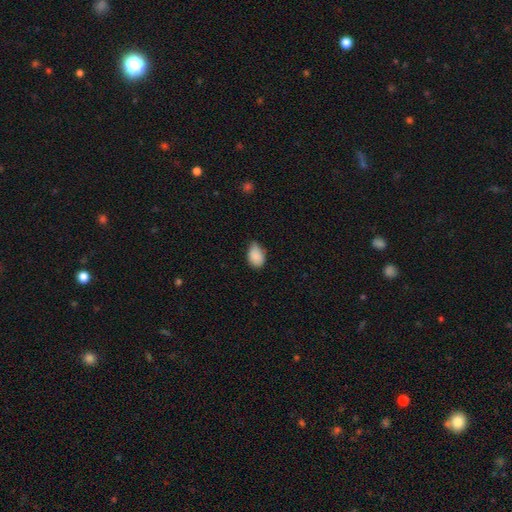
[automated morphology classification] smooth-or-featured: smooth: 88% | star or artifact: 8% | featured or disk: 5%
  how-rounded: in between: 84% | round: 15% | cigar-shaped: 1%
  merging: none: 47% | minor disturbance: 45% | major disturbance: 6% | merger: 2%